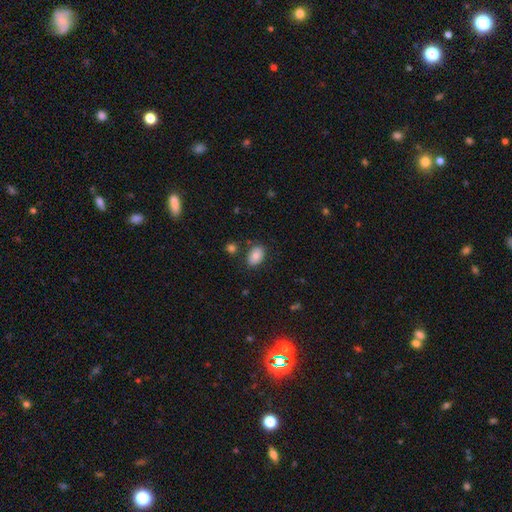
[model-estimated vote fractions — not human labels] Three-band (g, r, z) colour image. It shows a smooth galaxy with no disk features (78%) that is in between round and cigar-shaped (79%). Merging: none (77%).